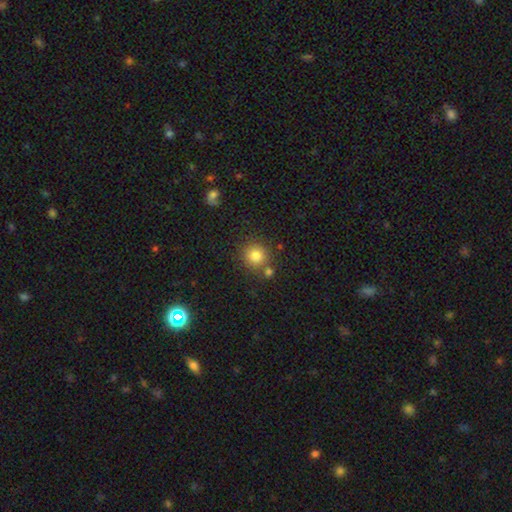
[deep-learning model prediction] A smooth galaxy with no disk features (81%) that is round (90%). Merging: none (75%).